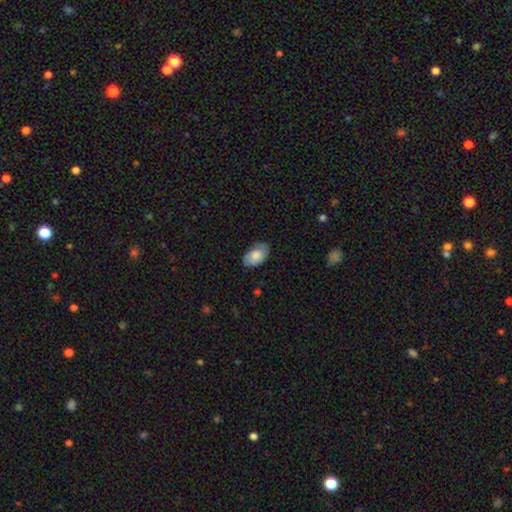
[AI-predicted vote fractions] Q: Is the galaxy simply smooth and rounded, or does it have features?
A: smooth — 76%.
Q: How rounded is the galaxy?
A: in between — 93%.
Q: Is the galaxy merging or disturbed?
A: none — 73%.